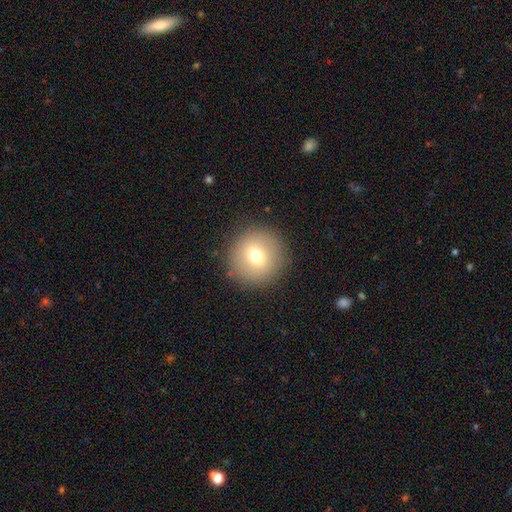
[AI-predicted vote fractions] Smooth or featured? smooth (72%)
How rounded? round (96%)
Merging? none (91%)